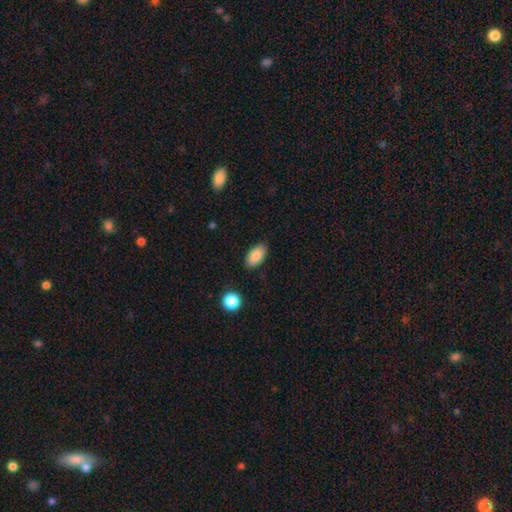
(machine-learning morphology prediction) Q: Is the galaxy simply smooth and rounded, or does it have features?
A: smooth — 86%.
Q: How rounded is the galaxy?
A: in between — 94%.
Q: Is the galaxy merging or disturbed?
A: none — 86%.